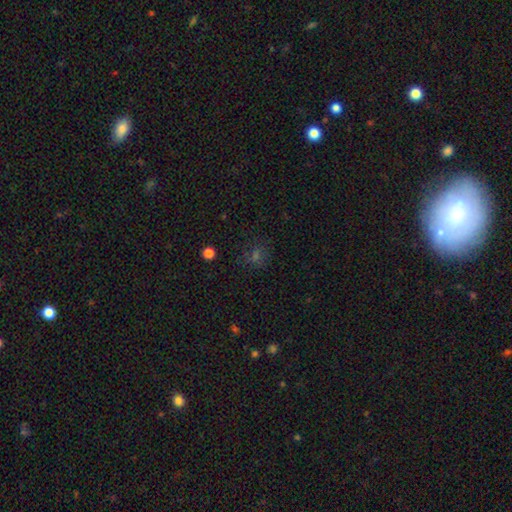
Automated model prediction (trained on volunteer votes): Q: Smooth or featured?
A: smooth (45%); runner-up: star or artifact (42%)
Q: Merging?
A: none (78%); runner-up: minor disturbance (12%)